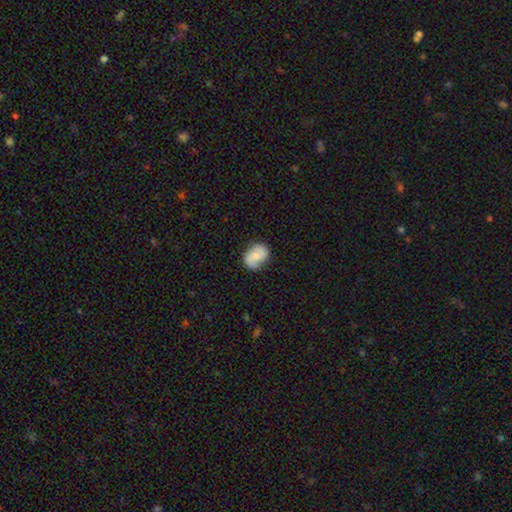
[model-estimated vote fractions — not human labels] Overall: smooth (52%; featured or disk 40%). How rounded: in between (60%; round 39%). Merging: none (73%).